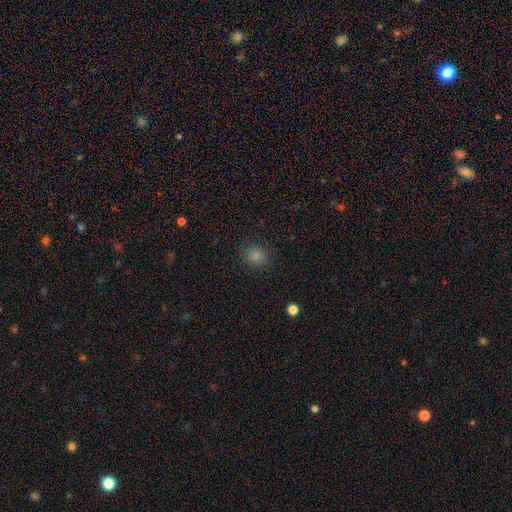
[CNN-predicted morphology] Smooth or featured: smooth — 83% (star or artifact — 13%)
How rounded: round — 72% (in between — 27%)
Merging: none — 88% (minor disturbance — 8%)